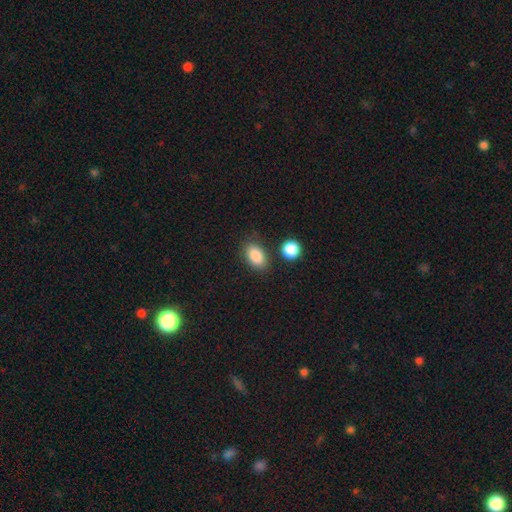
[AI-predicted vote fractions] Q: Smooth or featured?
A: smooth (87%); runner-up: star or artifact (8%)
Q: How rounded?
A: in between (87%); runner-up: round (10%)
Q: Merging?
A: none (78%); runner-up: minor disturbance (12%)